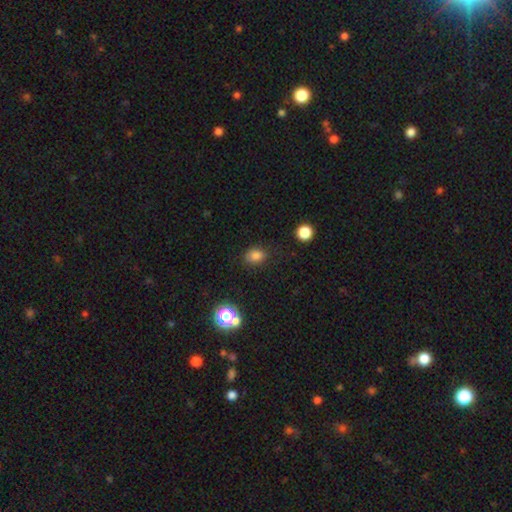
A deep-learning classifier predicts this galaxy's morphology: A smooth galaxy with no disk features (79%) that is in between round and cigar-shaped (59%).

Vote fractions:
- Smooth or featured? smooth: 79% / star or artifact: 15% / featured or disk: 6%
- How rounded? in between: 59% / round: 40% / cigar-shaped: 1%
- Merging? none: 80% / minor disturbance: 14% / major disturbance: 4% / merger: 2%